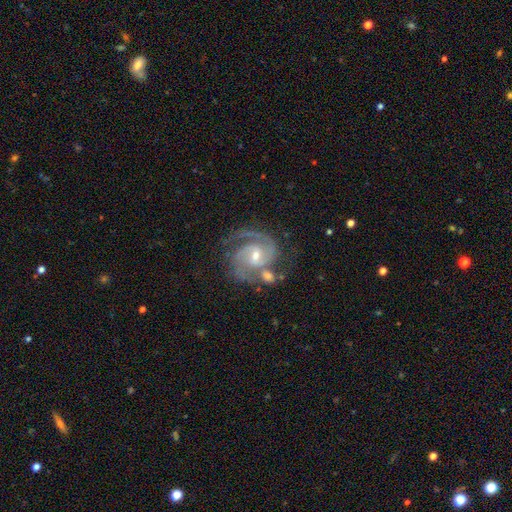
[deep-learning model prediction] Overall: featured or disk (91%). Edge-on disk: no (98%). Bar: weak (49%; no 35%). Spiral arms: yes (98%). Spiral arm count: 2 (77%). Spiral winding: medium (48%; tight 44%). Bulge size: moderate (48%, tied with small). Merging: none (60%).